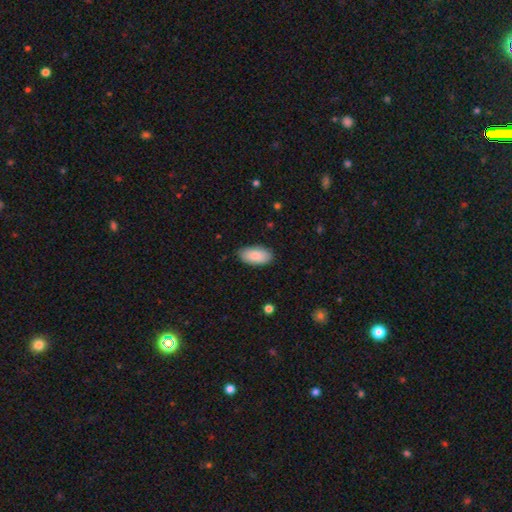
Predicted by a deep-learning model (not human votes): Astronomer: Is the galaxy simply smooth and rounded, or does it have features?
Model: smooth — 88%.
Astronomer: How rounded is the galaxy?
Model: in between — 95%.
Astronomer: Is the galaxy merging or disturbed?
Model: none — 85%.